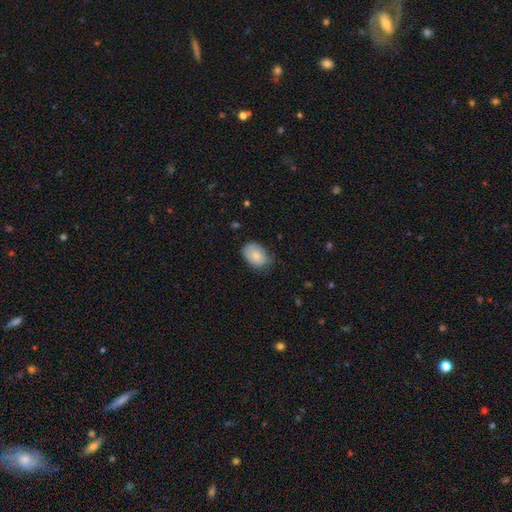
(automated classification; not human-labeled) A smooth galaxy with no disk features (81%) that is in between round and cigar-shaped (83%).

Vote fractions:
- Smooth or featured? smooth: 81% / featured or disk: 12% / star or artifact: 7%
- How rounded? in between: 83% / round: 16% / cigar-shaped: 1%
- Merging? none: 62% / minor disturbance: 31% / major disturbance: 6% / merger: 1%